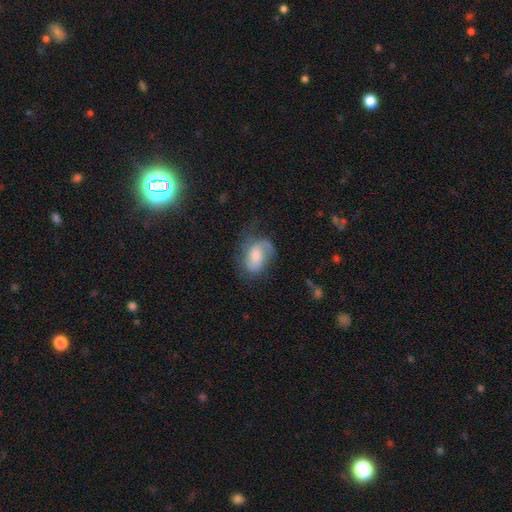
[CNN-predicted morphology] Q: Smooth or featured?
A: featured or disk (59%); runner-up: smooth (34%)
Q: Edge-on disk?
A: no (96%); runner-up: yes (4%)
Q: Bar?
A: no (51%); runner-up: weak (39%)
Q: Spiral arms?
A: yes (87%); runner-up: no (13%)
Q: Bulge size?
A: moderate (40%); runner-up: large (25%)
Q: Merging?
A: none (48%); runner-up: minor disturbance (26%)